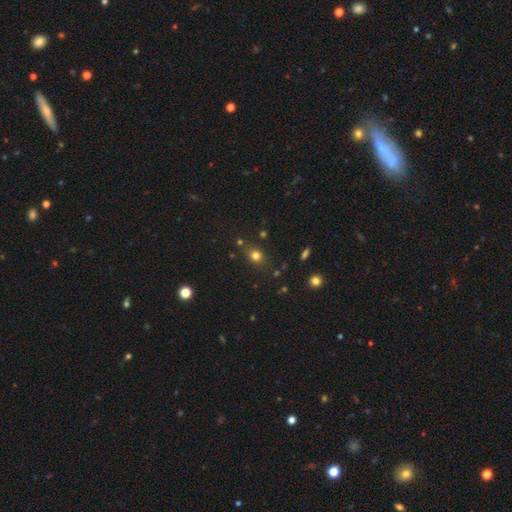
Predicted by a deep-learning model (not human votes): Q: Smooth or featured?
A: smooth (76%); runner-up: star or artifact (16%)
Q: How rounded?
A: round (65%); runner-up: in between (33%)
Q: Merging?
A: none (79%); runner-up: minor disturbance (12%)